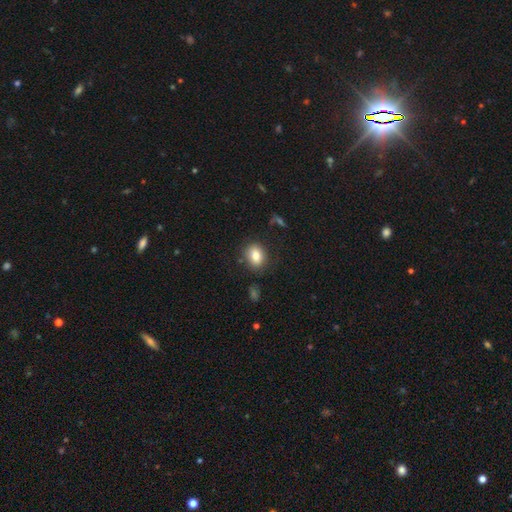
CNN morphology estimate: The model was most divided on "how rounded": in between: 60%, round: 39%, cigar-shaped: 1%. More confident: merging — none (82%); smooth or featured — smooth (81%).